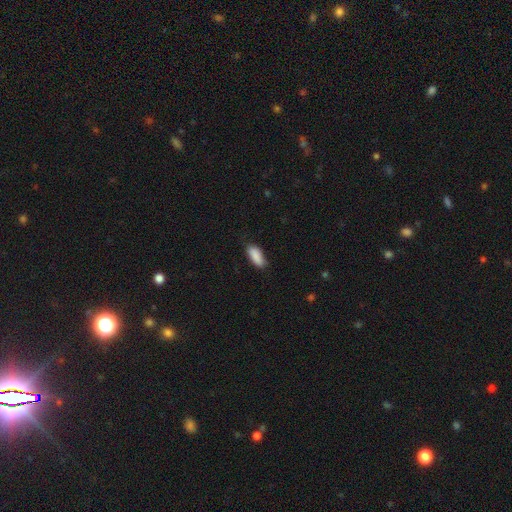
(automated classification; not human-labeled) Smooth or featured?
  - smooth: 89% *
  - star or artifact: 6%
  - featured or disk: 5%
How rounded?
  - in between: 83% *
  - cigar-shaped: 16%
  - round: 2%
Merging?
  - none: 80% *
  - minor disturbance: 17%
  - major disturbance: 3%
  - merger: 1%